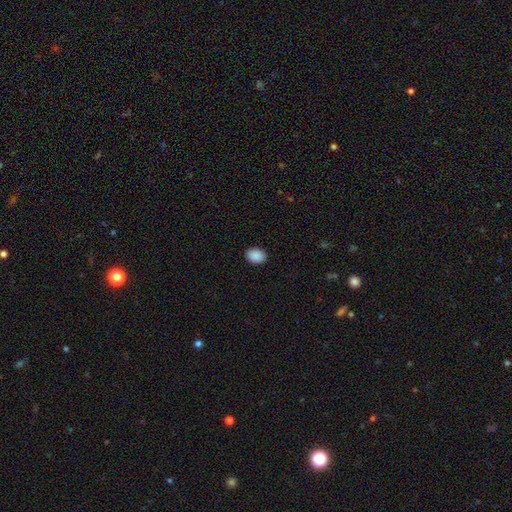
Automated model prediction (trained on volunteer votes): Q: Smooth or featured?
A: smooth (90%); runner-up: star or artifact (8%)
Q: How rounded?
A: in between (65%); runner-up: round (34%)
Q: Merging?
A: none (91%); runner-up: minor disturbance (6%)